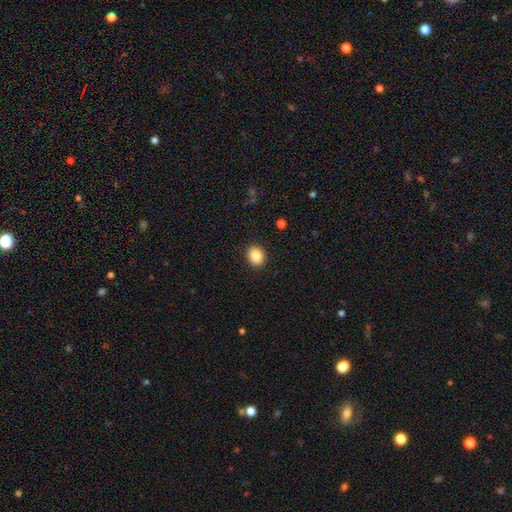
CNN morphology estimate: smooth-or-featured: smooth: 84% | star or artifact: 9% | featured or disk: 6%
  how-rounded: round: 67% | in between: 33% | cigar-shaped: 1%
  merging: none: 91% | minor disturbance: 6% | major disturbance: 2% | merger: 1%